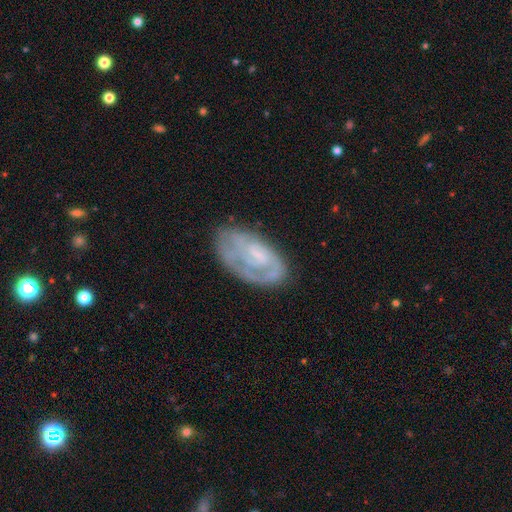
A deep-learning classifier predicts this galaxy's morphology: type=featured or disk (60%); edge-on=no (95%); bar=no (66%); spiral arms=yes (62%); bulge=small (39%); merging=none (58%).